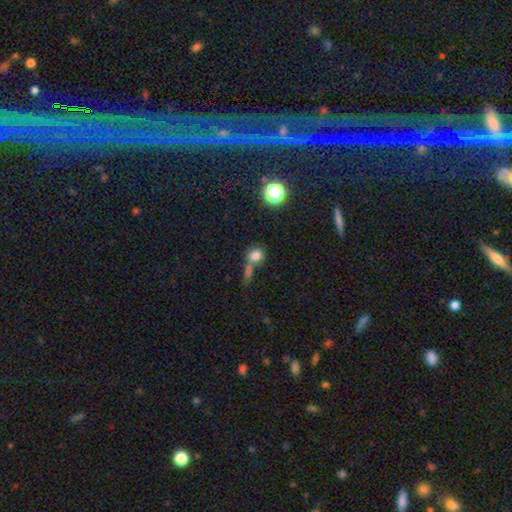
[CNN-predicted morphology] This is likely a smooth galaxy (77%). How rounded: likely round (77%). Merging: possibly none (46%).